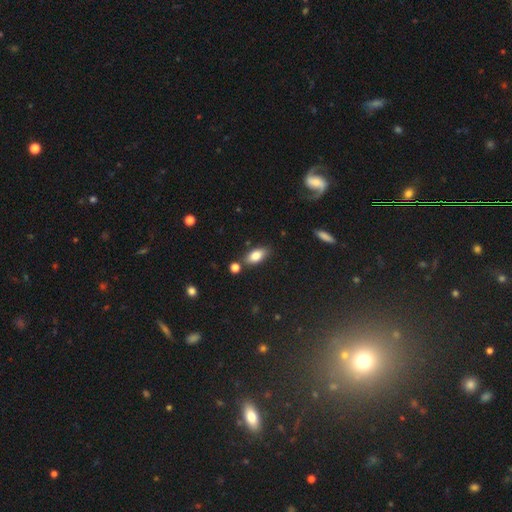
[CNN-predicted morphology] Smooth or featured? smooth (81%)
How rounded? in between (87%)
Merging? none (75%)